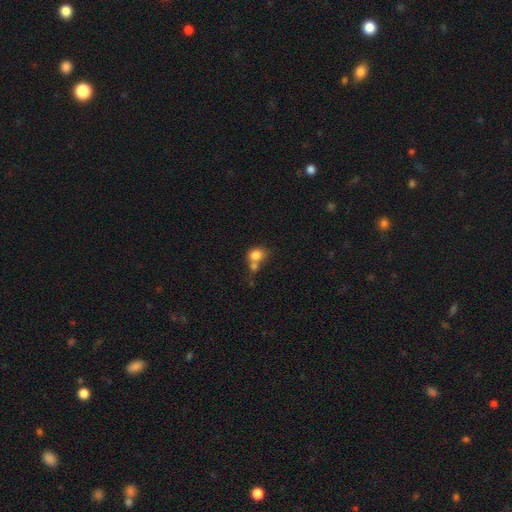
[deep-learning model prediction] Smooth or featured? smooth (80%)
How rounded? round (60%)
Merging? merger (51%)